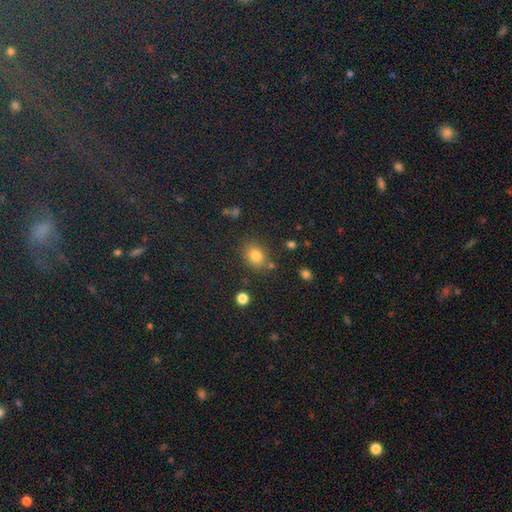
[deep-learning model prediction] This appears to be a smooth galaxy with no disk features (78%) that is round (57%). Merging: none (75%).